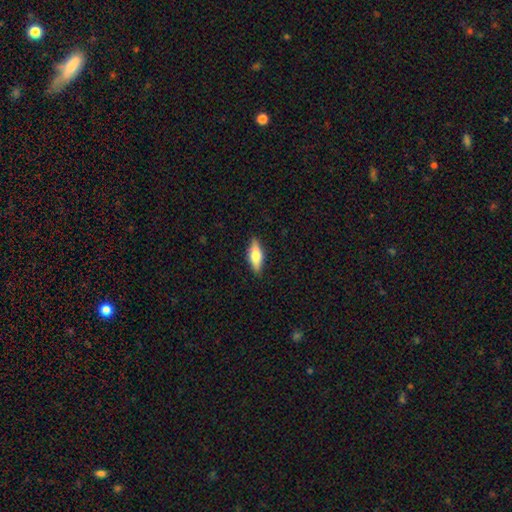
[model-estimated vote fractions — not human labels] A smooth galaxy with no disk features (62%) that is in between round and cigar-shaped (60%).

Vote fractions:
- Smooth or featured? smooth: 62% / featured or disk: 32% / star or artifact: 6%
- How rounded? in between: 60% / cigar-shaped: 37% / round: 3%
- Merging? none: 88% / minor disturbance: 9% / major disturbance: 2% / merger: 1%